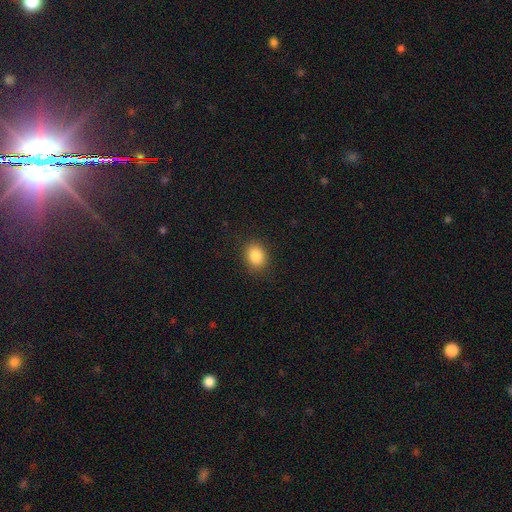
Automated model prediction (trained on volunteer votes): Smooth or featured? Predicted: smooth (p=0.85). How rounded? Predicted: round (p=0.53). Merging? Predicted: none (p=0.88).